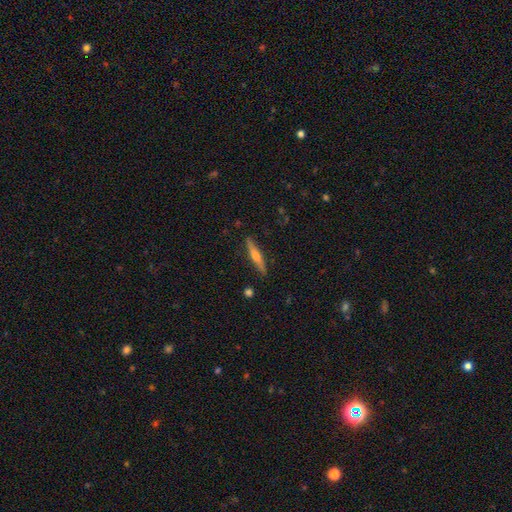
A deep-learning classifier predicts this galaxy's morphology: This appears to be a featured or disk galaxy (59%) viewed edge-on (96%) with a rounded central bulge (87%). Merging: none (89%).